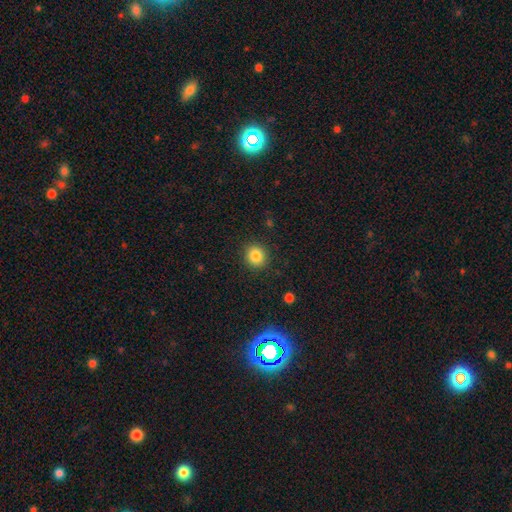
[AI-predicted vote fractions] Smooth or featured? Predicted: smooth (p=0.84). How rounded? Predicted: round (p=0.87). Merging? Predicted: none (p=0.90).